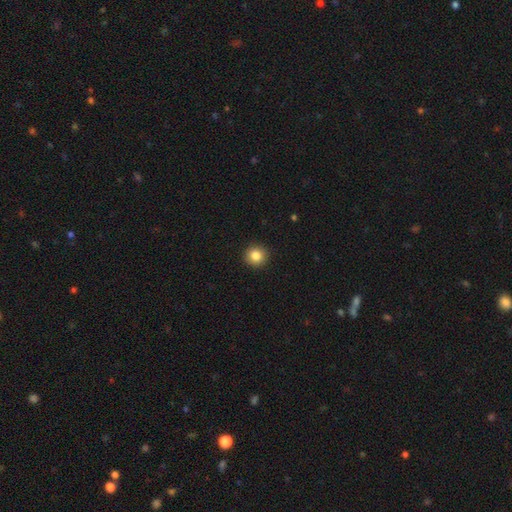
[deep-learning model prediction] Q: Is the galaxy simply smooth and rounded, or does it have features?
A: smooth — 85%.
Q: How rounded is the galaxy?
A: round — 94%.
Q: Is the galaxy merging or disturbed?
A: none — 93%.